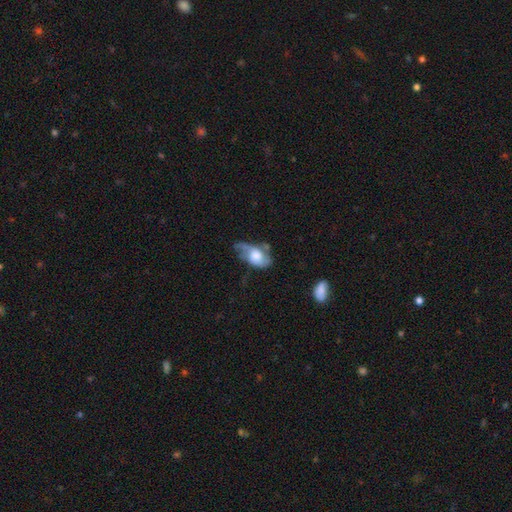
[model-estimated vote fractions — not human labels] Smooth or featured? Predicted: featured or disk (p=0.54). Edge-on disk? Predicted: no (p=0.90). Merging? Predicted: none (p=0.33).